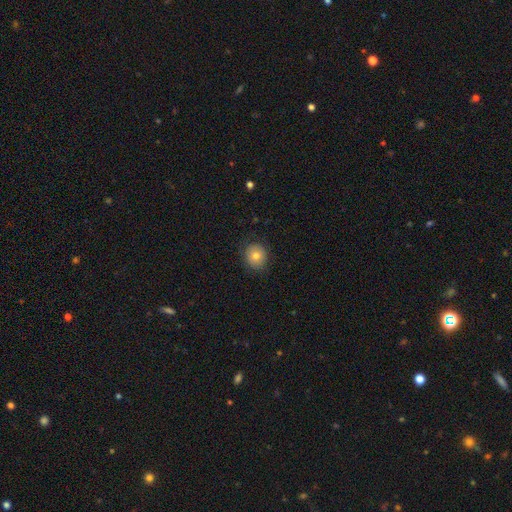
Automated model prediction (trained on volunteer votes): Q: Smooth or featured?
A: smooth (76%); runner-up: featured or disk (14%)
Q: How rounded?
A: round (85%); runner-up: in between (14%)
Q: Merging?
A: none (85%); runner-up: minor disturbance (11%)